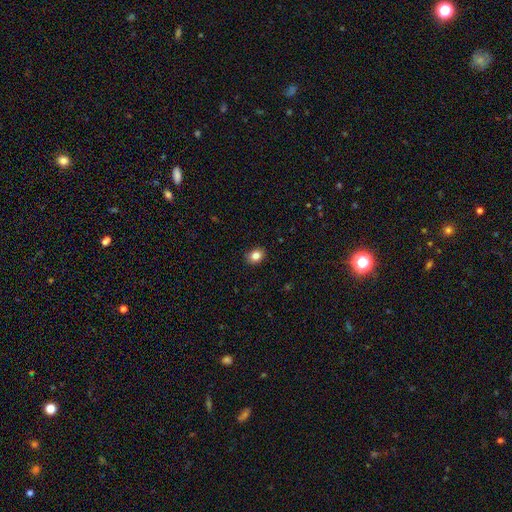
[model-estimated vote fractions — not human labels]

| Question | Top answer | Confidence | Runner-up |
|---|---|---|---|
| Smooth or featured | smooth | 84% | star or artifact (10%) |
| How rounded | in between | 54% | round (45%) |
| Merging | none | 87% | minor disturbance (10%) |